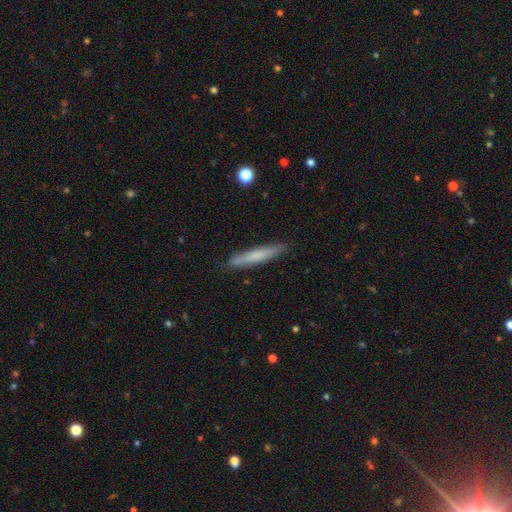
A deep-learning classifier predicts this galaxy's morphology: The model was most divided on "smooth or featured": smooth: 68%, featured or disk: 26%, star or artifact: 6%. More confident: how rounded — cigar-shaped (94%); merging — none (87%).